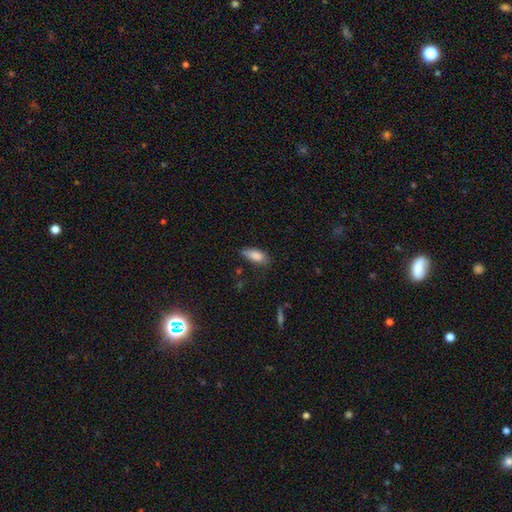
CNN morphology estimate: smooth-or-featured: smooth: 84% | featured or disk: 8% | star or artifact: 8%
  how-rounded: in between: 83% | cigar-shaped: 14% | round: 3%
  merging: none: 57% | minor disturbance: 32% | major disturbance: 9% | merger: 3%